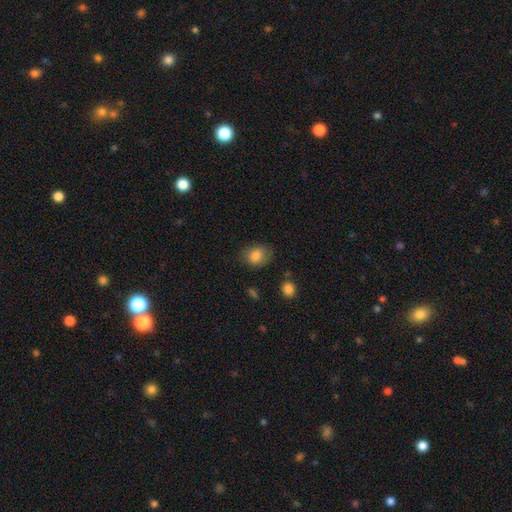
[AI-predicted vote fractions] Smooth or featured? smooth (85%)
How rounded? in between (52%)
Merging? none (74%)